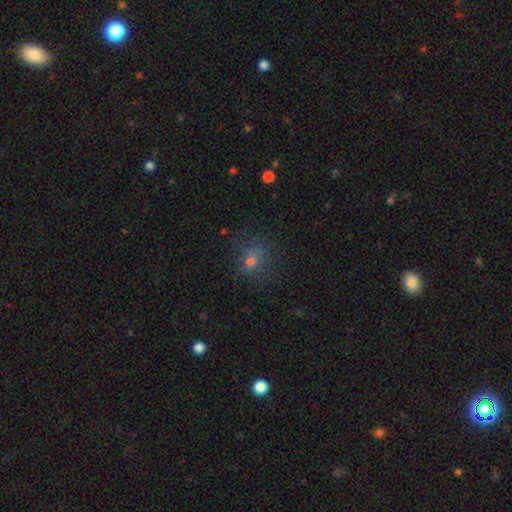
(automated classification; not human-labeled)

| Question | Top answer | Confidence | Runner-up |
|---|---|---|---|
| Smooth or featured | smooth | 55% | star or artifact (31%) |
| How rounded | round | 73% | in between (25%) |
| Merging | none | 77% | minor disturbance (14%) |